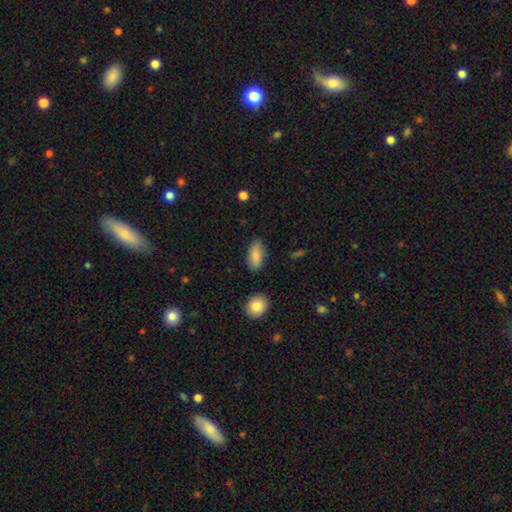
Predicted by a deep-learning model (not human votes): A smooth galaxy with no disk features (86%) that is in between round and cigar-shaped (92%). Merging: none (84%).